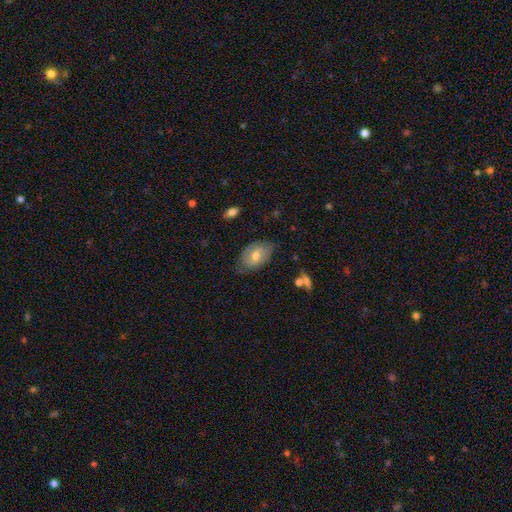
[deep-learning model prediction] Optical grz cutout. It shows a smooth galaxy with no disk features (57%) that is in between round and cigar-shaped (87%). Merging: none (66%).